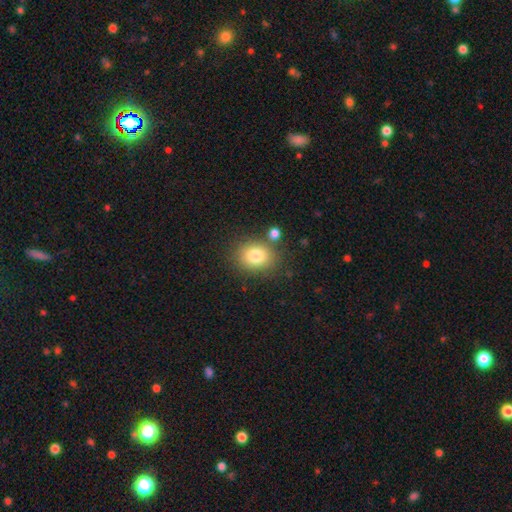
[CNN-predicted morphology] smooth-or-featured: smooth: 81% | star or artifact: 10% | featured or disk: 8%
  how-rounded: round: 56% | in between: 44% | cigar-shaped: 1%
  merging: none: 76% | minor disturbance: 12% | merger: 8% | major disturbance: 4%